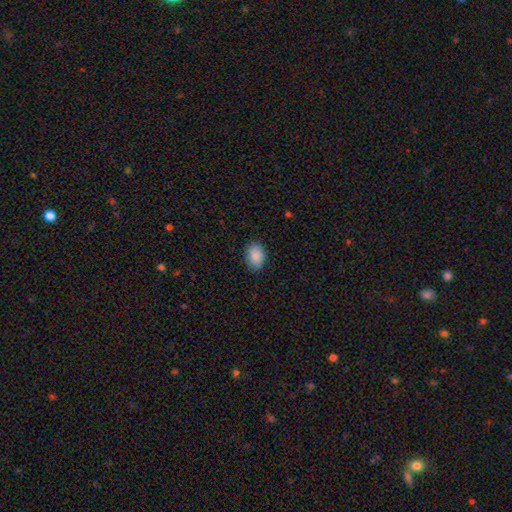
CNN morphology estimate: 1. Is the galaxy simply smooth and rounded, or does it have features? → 89% smooth, 8% star or artifact, 4% featured or disk.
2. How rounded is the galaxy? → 77% in between, 22% round, 1% cigar-shaped.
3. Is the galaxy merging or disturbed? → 84% none, 12% minor disturbance, 3% major disturbance, 1% merger.